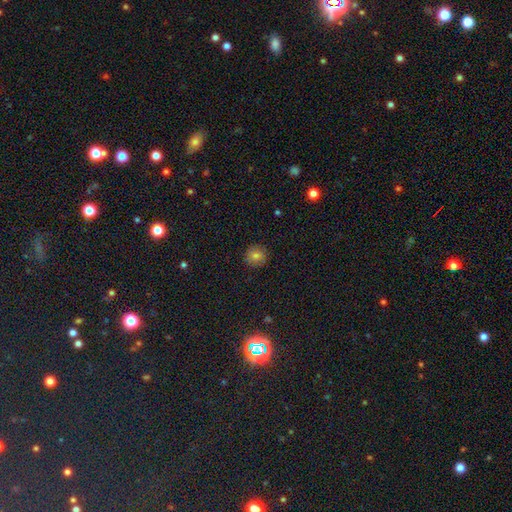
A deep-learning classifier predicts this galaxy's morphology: Smooth or featured? smooth (77%)
How rounded? round (92%)
Merging? none (89%)